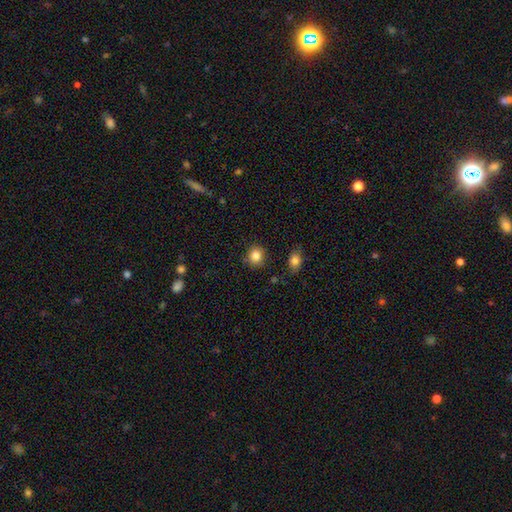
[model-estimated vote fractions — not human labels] Smooth or featured? smooth (85%)
How rounded? round (83%)
Merging? none (84%)